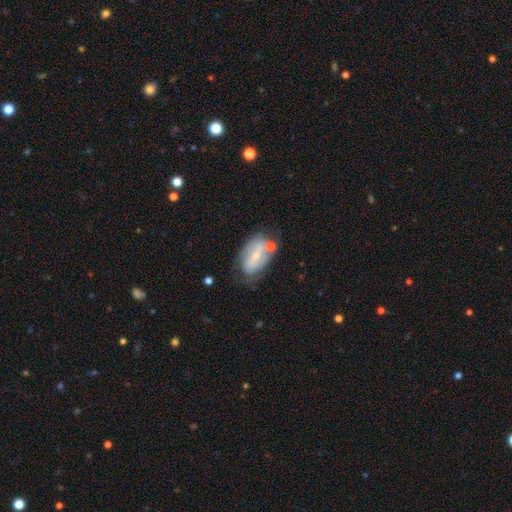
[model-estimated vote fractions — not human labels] Smooth or featured? Predicted: featured or disk (p=0.61). Edge-on disk? Predicted: no (p=0.93). Bar? Predicted: weak (p=0.37). Spiral arms? Predicted: yes (p=0.69). Bulge size? Predicted: small (p=0.67). Merging? Predicted: none (p=0.56).